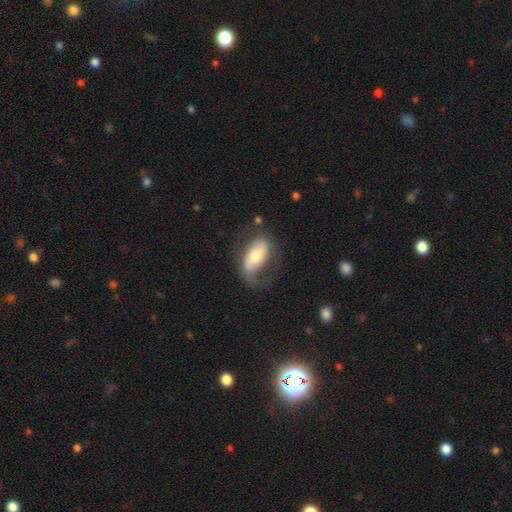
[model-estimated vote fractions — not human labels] Smooth or featured? Predicted: featured or disk (p=0.49). Merging? Predicted: none (p=0.49).